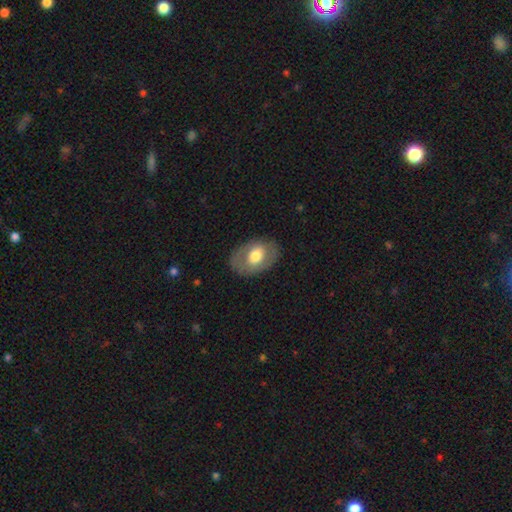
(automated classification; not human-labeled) This is possibly a smooth galaxy (58%). How rounded: clearly in between (81%). Merging: clearly none (80%).